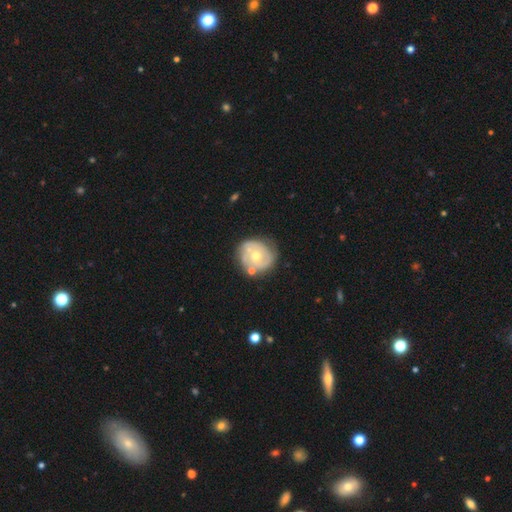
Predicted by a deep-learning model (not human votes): Morphology: type=featured or disk (68%); edge-on=no (98%); bar=no (82%); spiral arms=yes (70%); bulge=moderate (67%); merging=none (68%).